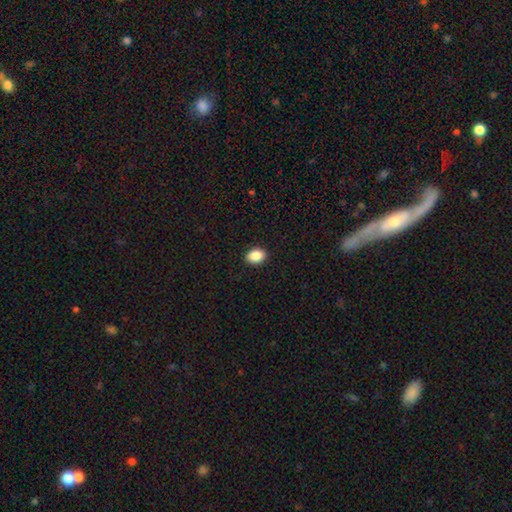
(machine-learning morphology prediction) Q: Smooth or featured?
A: smooth (89%); runner-up: star or artifact (8%)
Q: How rounded?
A: in between (72%); runner-up: round (27%)
Q: Merging?
A: none (91%); runner-up: minor disturbance (6%)